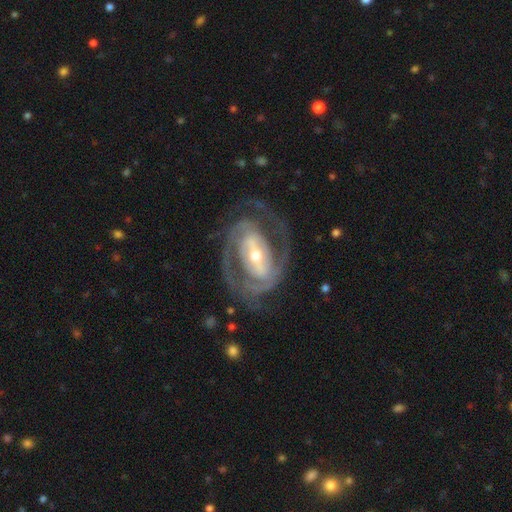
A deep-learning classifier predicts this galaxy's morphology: Smooth or featured?
  - featured or disk: 90% *
  - smooth: 6%
  - star or artifact: 4%
Edge-on disk?
  - no: 96% *
  - yes: 4%
Bar?
  - strong: 58% *
  - weak: 28%
  - no: 14%
Spiral arms?
  - yes: 94% *
  - no: 6%
Spiral winding?
  - tight: 50% *
  - medium: 40%
  - loose: 10%
Spiral arm count?
  - 2: 77% *
  - can't tell: 9%
  - 3: 7%
  - 1: 3%
  - 4: 2%
  - more than 4: 2%
Bulge size?
  - moderate: 54% *
  - small: 39%
  - large: 5%
  - none: 1%
  - dominant: 1%
Merging?
  - none: 71% *
  - minor disturbance: 15%
  - major disturbance: 13%
  - merger: 1%